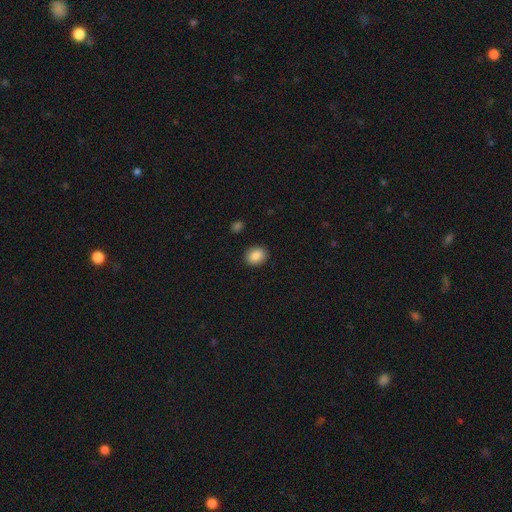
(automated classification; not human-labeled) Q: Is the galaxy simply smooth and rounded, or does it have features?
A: smooth — 87%.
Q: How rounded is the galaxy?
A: round — 55%.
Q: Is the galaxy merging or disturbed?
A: none — 90%.